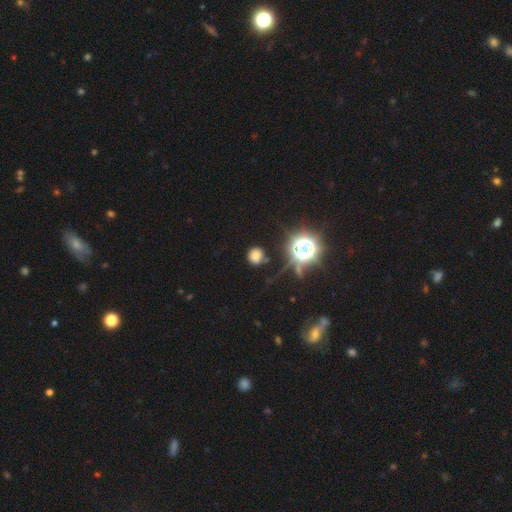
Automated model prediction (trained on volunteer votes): Morphology: type=smooth (62%); roundness=round (84%); merging=none (75%).